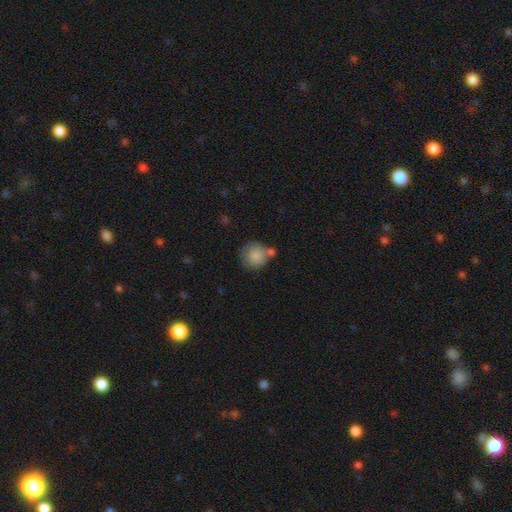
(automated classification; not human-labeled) Smooth or featured? smooth (85%)
How rounded? round (90%)
Merging? none (58%)